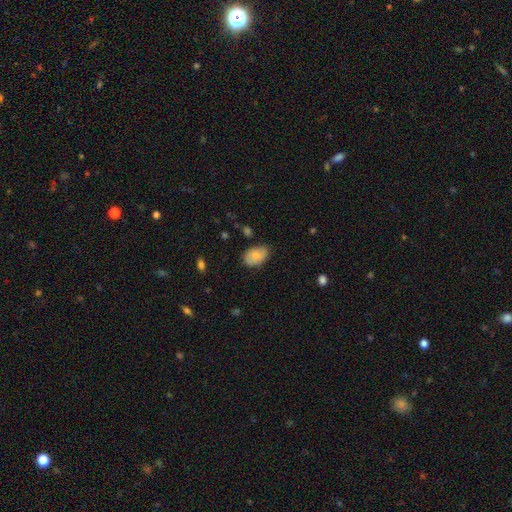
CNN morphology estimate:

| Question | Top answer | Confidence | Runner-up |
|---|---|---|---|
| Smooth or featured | smooth | 79% | featured or disk (14%) |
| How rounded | in between | 89% | round (10%) |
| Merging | none | 78% | minor disturbance (17%) |